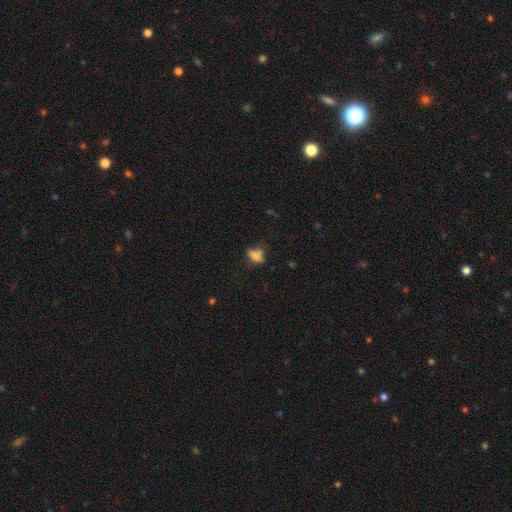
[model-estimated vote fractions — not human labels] Smooth or featured? Predicted: smooth (p=0.65). How rounded? Predicted: in between (p=0.73). Merging? Predicted: none (p=0.53).